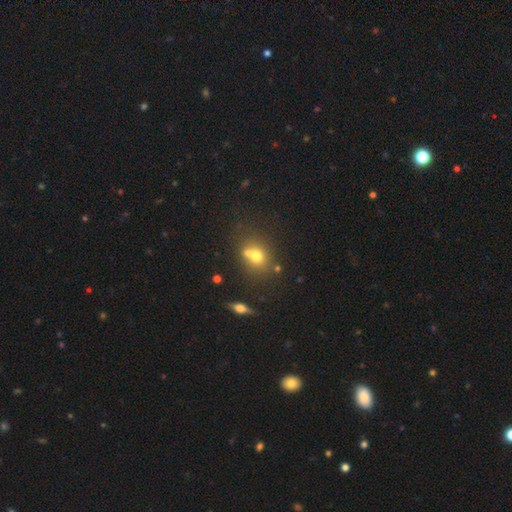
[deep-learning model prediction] Morphology: type=smooth (66%); roundness=round (67%); merging=none (47%).